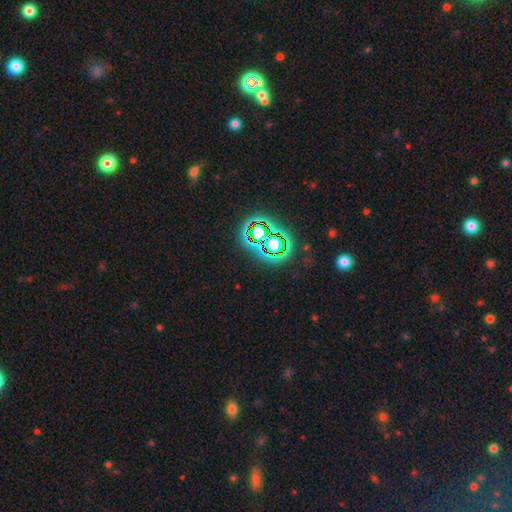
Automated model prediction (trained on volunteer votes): Overall: star or artifact (73%).